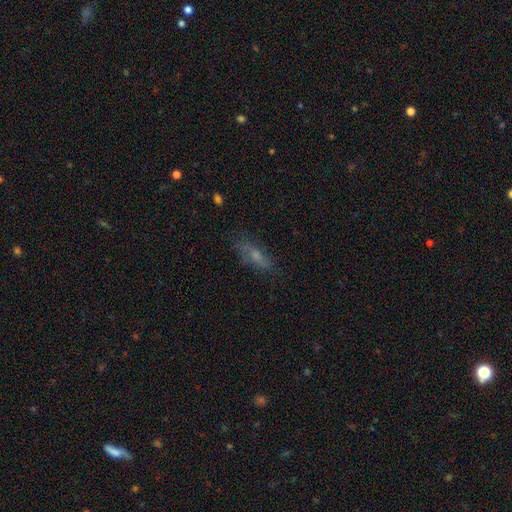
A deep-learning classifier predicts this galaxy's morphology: Smooth or featured? smooth (53%)
How rounded? in between (54%)
Merging? none (71%)